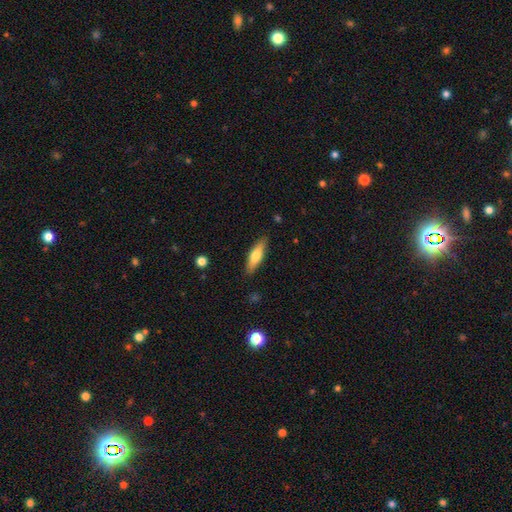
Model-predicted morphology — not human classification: type=smooth (65%); roundness=cigar-shaped (59%); merging=none (87%).